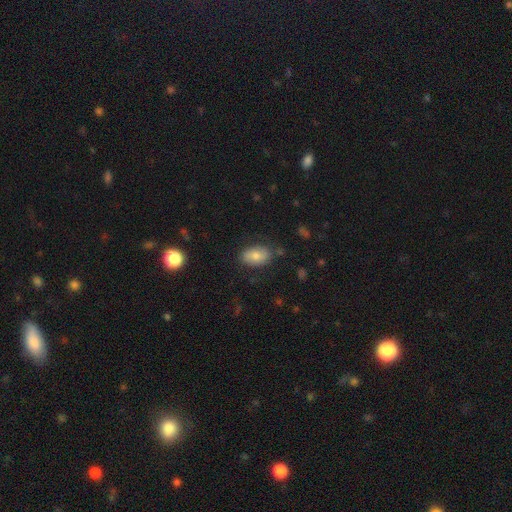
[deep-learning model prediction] Smooth or featured? smooth (72%)
How rounded? in between (89%)
Merging? none (80%)